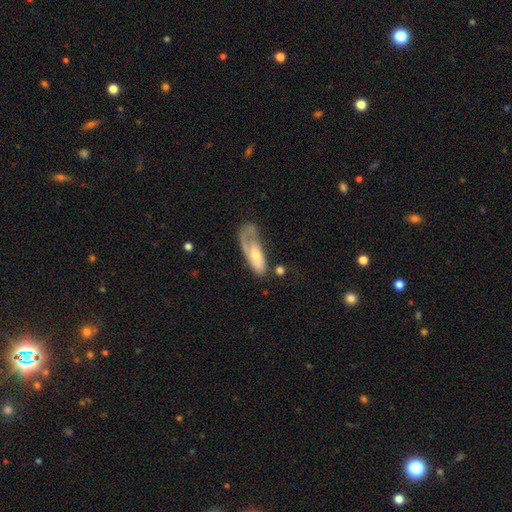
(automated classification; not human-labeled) The model was most divided on "merging": major disturbance: 40%, none: 30%, minor disturbance: 21%, merger: 8%. More confident: edge-on disk — no (85%); smooth or featured — featured or disk (56%).